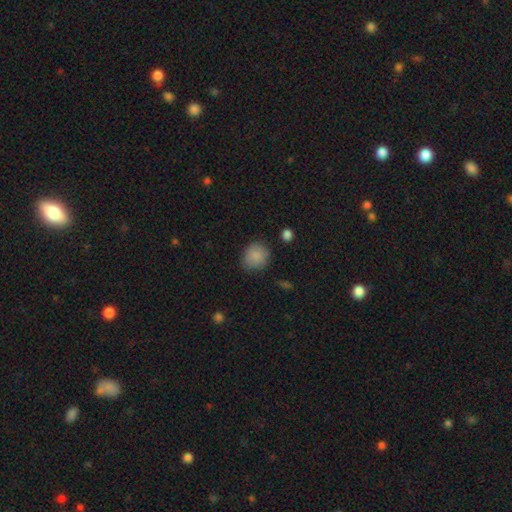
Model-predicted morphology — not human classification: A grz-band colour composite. It shows a smooth galaxy with no disk features (86%) that is round (79%). Merging: none (79%).